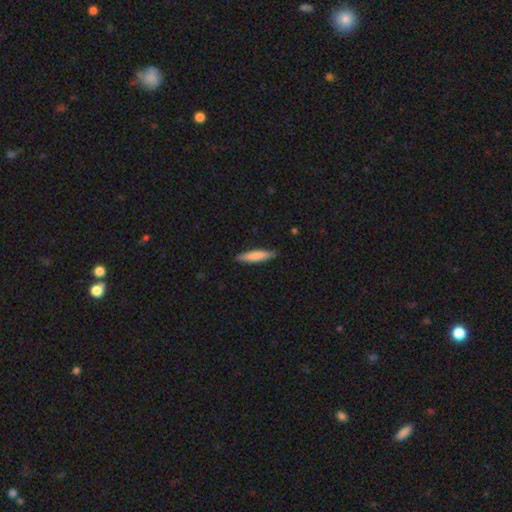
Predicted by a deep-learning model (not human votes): Q: Smooth or featured?
A: smooth (77%); runner-up: featured or disk (18%)
Q: How rounded?
A: cigar-shaped (87%); runner-up: in between (12%)
Q: Merging?
A: none (89%); runner-up: minor disturbance (9%)